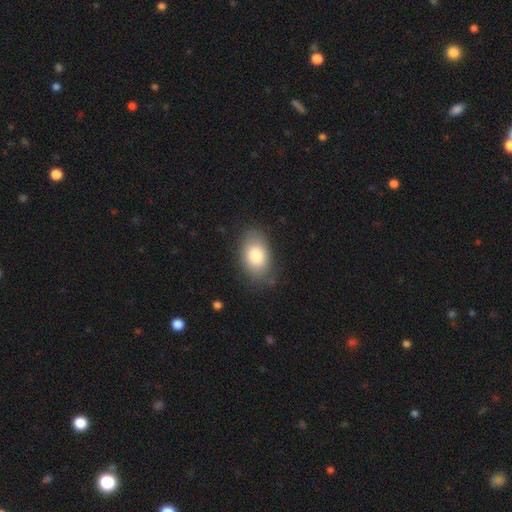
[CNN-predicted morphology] Smooth or featured? smooth (81%)
How rounded? in between (91%)
Merging? none (77%)